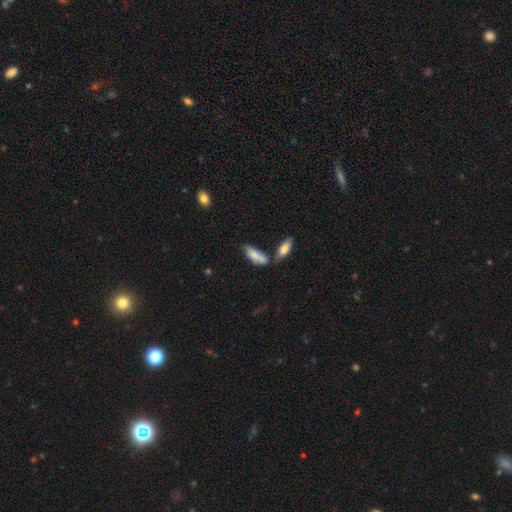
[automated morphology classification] The model was most divided on "merging": none: 42%, merger: 27%, minor disturbance: 23%, major disturbance: 8%. More confident: smooth or featured — smooth (78%); how rounded — in between (62%).